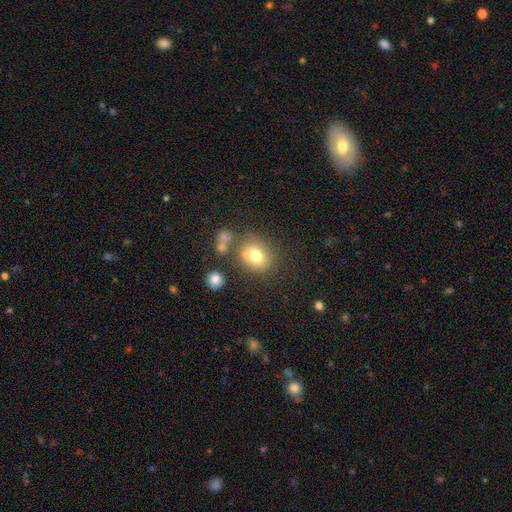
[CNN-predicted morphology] Overall: smooth (75%). How rounded: round (59%; in between 40%). Merging: none (64%).